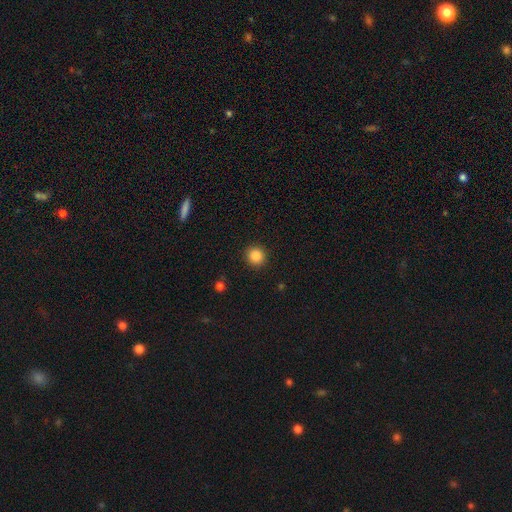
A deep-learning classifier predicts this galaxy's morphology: Q: Smooth or featured?
A: smooth (85%); runner-up: star or artifact (11%)
Q: How rounded?
A: round (93%); runner-up: in between (7%)
Q: Merging?
A: none (92%); runner-up: minor disturbance (5%)